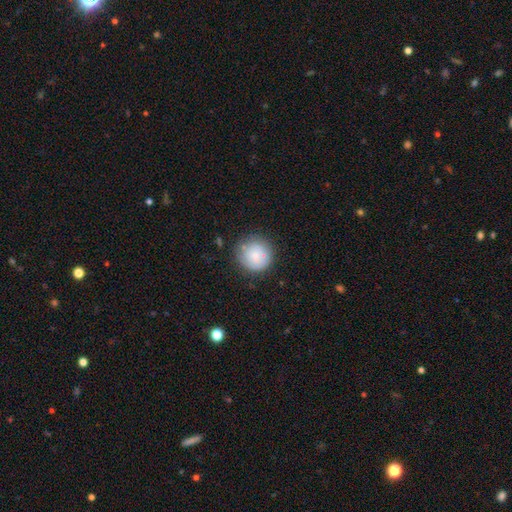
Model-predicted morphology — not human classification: smooth 74%, featured or disk 18%, star or artifact 8%. Down the decision tree: how rounded — round (94%); merging — none (73%).